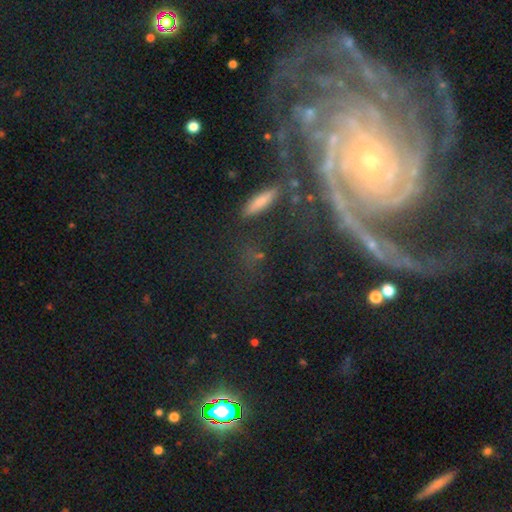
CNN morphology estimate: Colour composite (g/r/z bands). It shows a featured or disk galaxy (70%) with no bar (56%), 2 (29%) tight (67%) spiral arms (92%) and a small central bulge (72%). Merging: none (67%).